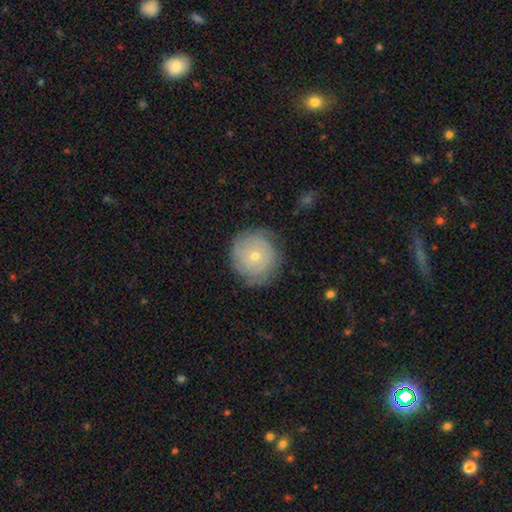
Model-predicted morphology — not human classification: Smooth or featured? Predicted: featured or disk (p=0.55). Edge-on disk? Predicted: no (p=0.97). Bar? Predicted: no (p=0.87). Spiral arms? Predicted: yes (p=0.76). Bulge size? Predicted: small (p=0.67). Merging? Predicted: none (p=0.79).